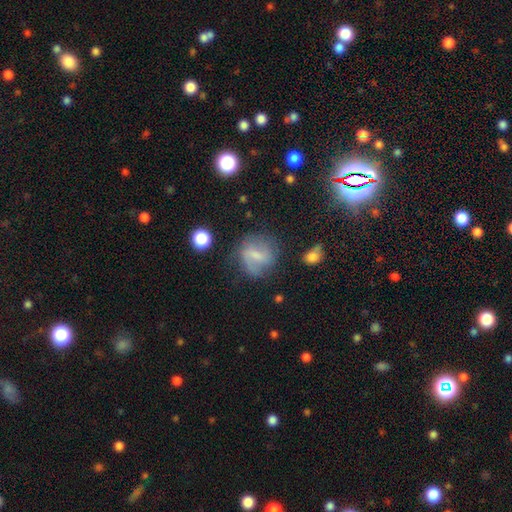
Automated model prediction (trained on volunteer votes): A featured or disk galaxy (47%).

Vote fractions:
- Smooth or featured? featured or disk: 47% / smooth: 43% / star or artifact: 10%
- Merging? none: 61% / minor disturbance: 23% / major disturbance: 13% / merger: 3%